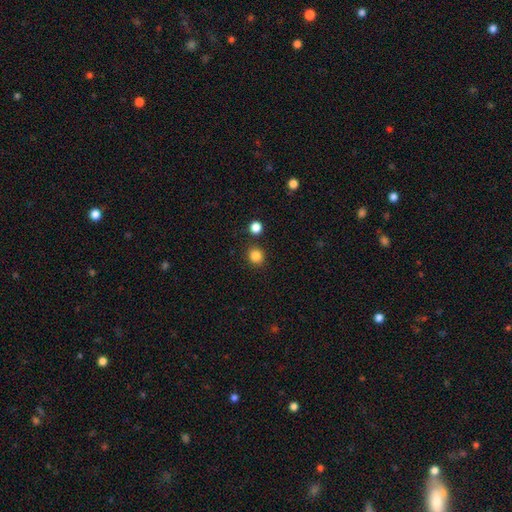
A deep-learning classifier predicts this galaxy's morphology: Q: Smooth or featured?
A: smooth (84%); runner-up: star or artifact (12%)
Q: How rounded?
A: round (87%); runner-up: in between (12%)
Q: Merging?
A: none (87%); runner-up: minor disturbance (7%)